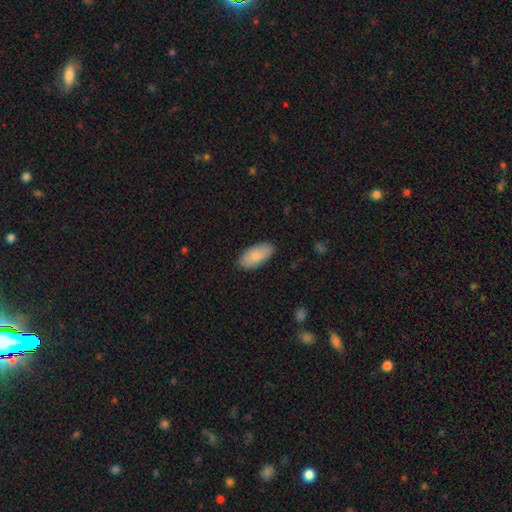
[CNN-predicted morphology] Smooth or featured: smooth — 85% (featured or disk — 10%)
How rounded: in between — 93% (cigar-shaped — 5%)
Merging: none — 87% (minor disturbance — 10%)